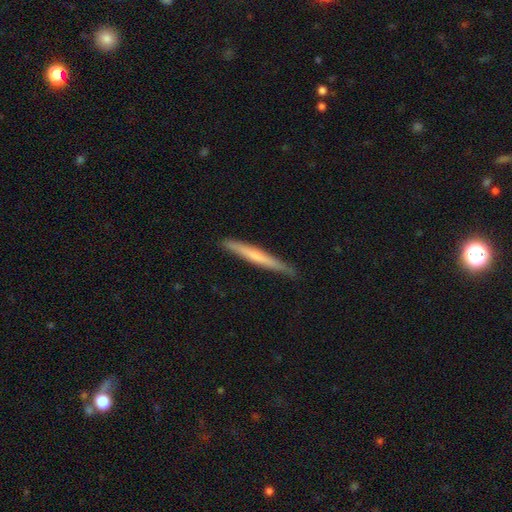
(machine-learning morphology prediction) Smooth or featured: smooth — 55% (featured or disk — 39%)
How rounded: cigar-shaped — 97% (in between — 2%)
Merging: none — 85% (minor disturbance — 12%)